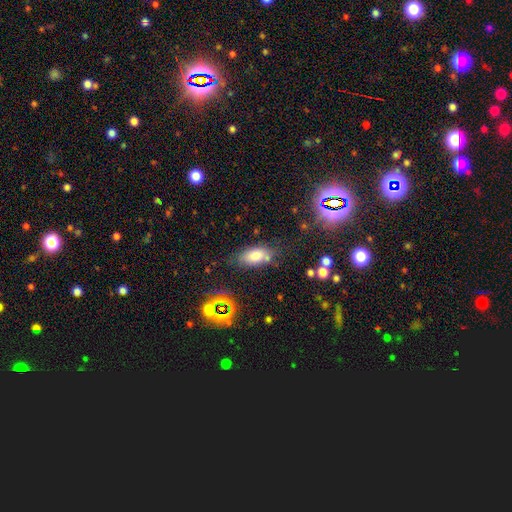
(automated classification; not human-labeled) smooth_or_featured: smooth (p=0.77) [alt: featured or disk p=0.12]
how_rounded: in between (p=0.89) [alt: cigar-shaped p=0.06]
merging: none (p=0.68) [alt: minor disturbance p=0.19]